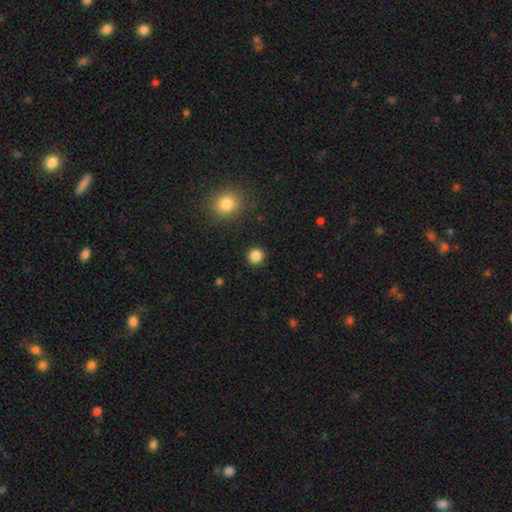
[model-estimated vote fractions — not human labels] This is clearly a smooth galaxy (85%). How rounded: clearly round (93%). Merging: clearly none (91%).